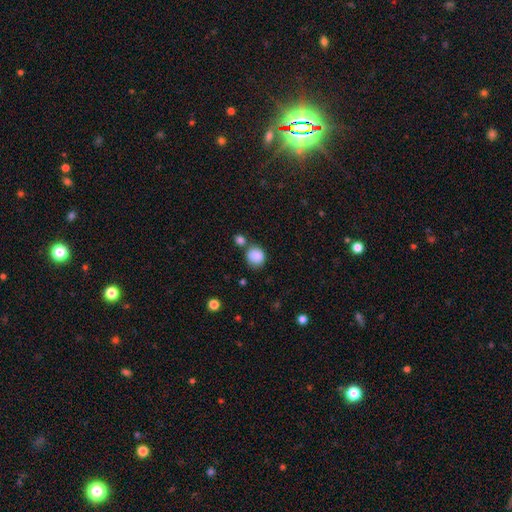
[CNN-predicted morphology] smooth-or-featured: smooth: 87% | star or artifact: 9% | featured or disk: 4%
  how-rounded: round: 80% | in between: 19% | cigar-shaped: 1%
  merging: none: 62% | merger: 18% | minor disturbance: 15% | major disturbance: 5%